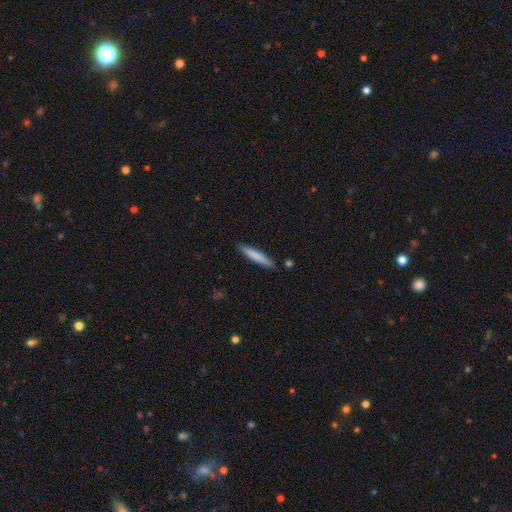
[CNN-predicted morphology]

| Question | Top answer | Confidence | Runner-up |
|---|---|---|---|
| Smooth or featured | smooth | 78% | featured or disk (16%) |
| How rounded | cigar-shaped | 92% | in between (7%) |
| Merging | none | 87% | minor disturbance (9%) |